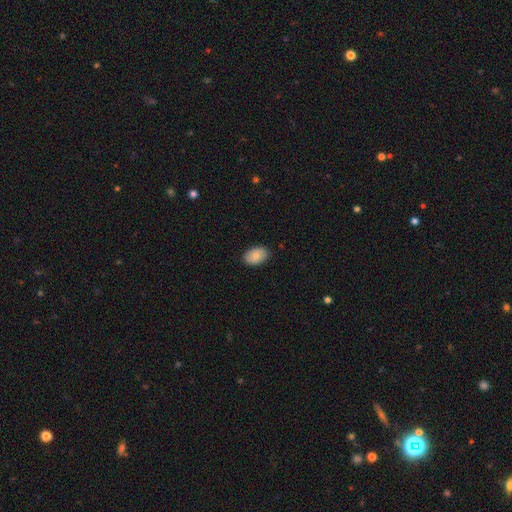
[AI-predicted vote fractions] A smooth galaxy with no disk features (80%) that is in between round and cigar-shaped (88%).

Vote fractions:
- Smooth or featured? smooth: 80% / featured or disk: 13% / star or artifact: 7%
- How rounded? in between: 88% / round: 11% / cigar-shaped: 1%
- Merging? none: 88% / minor disturbance: 9% / major disturbance: 2% / merger: 1%